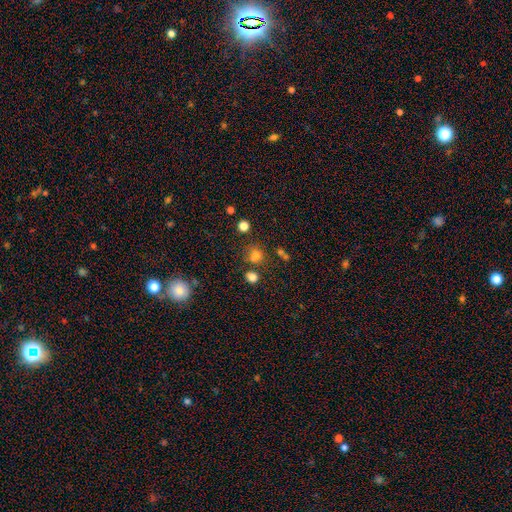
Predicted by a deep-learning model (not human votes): Smooth or featured: smooth — 72% (star or artifact — 20%)
How rounded: round — 65% (in between — 34%)
Merging: none — 59% (merger — 18%)